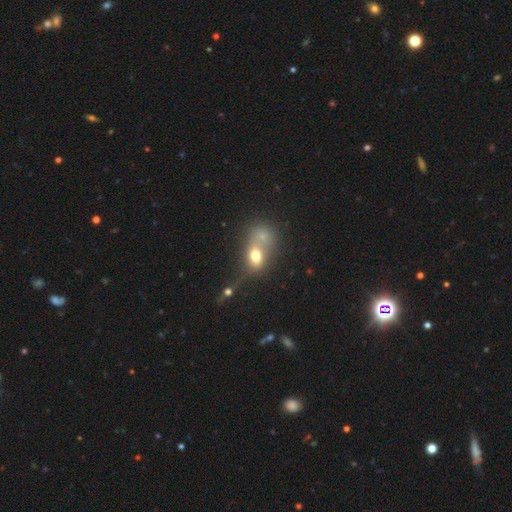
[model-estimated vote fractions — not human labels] Smooth or featured? Predicted: smooth (p=0.68). How rounded? Predicted: in between (p=0.60). Merging? Predicted: merger (p=0.61).